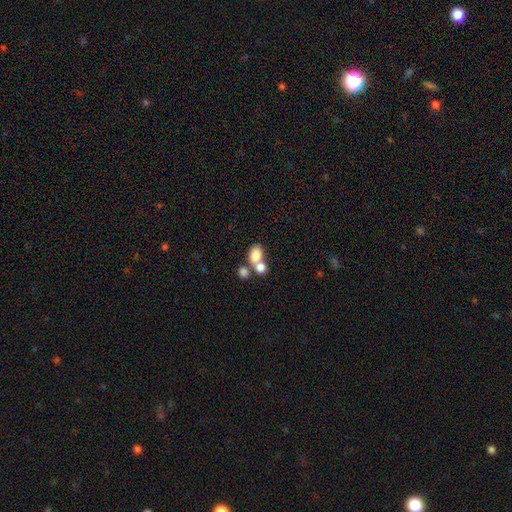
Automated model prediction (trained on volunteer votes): smooth_or_featured: smooth (p=0.79) [alt: featured or disk p=0.11]
how_rounded: in between (p=0.69) [alt: round p=0.30]
merging: merger (p=0.56) [alt: none p=0.31]